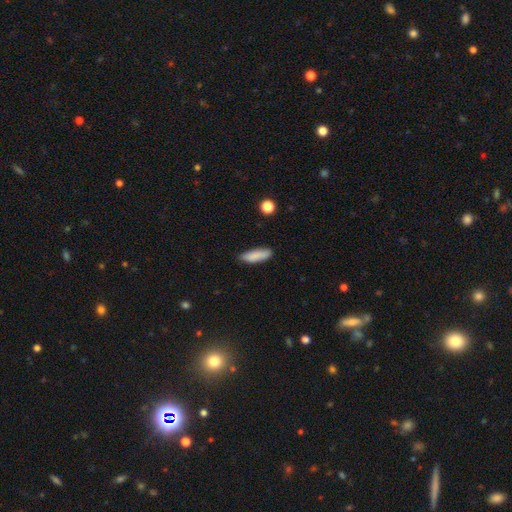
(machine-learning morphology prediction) This appears to be a smooth galaxy with no disk features (87%) that is cigar-shaped (55%). Merging: none (82%).